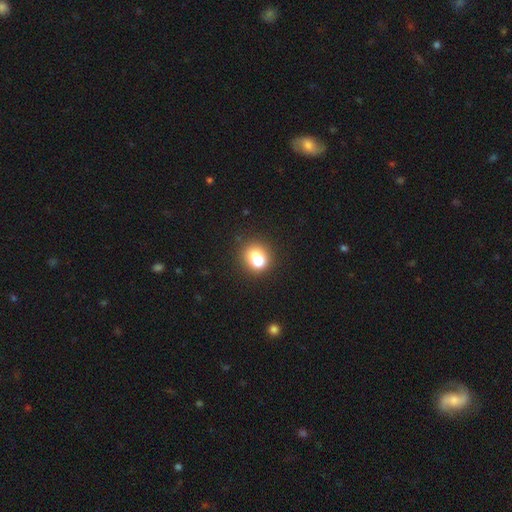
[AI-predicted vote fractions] Morphology: type=smooth (69%); roundness=round (72%); merging=none (50%).